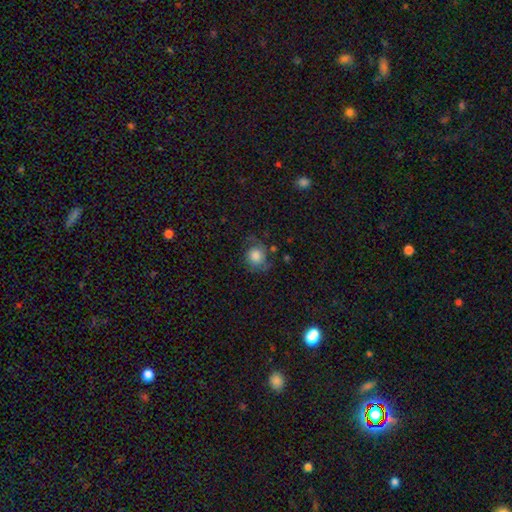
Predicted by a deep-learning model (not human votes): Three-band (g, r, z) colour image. It shows a smooth galaxy with no disk features (57%) that is round (79%). Merging: none (58%).